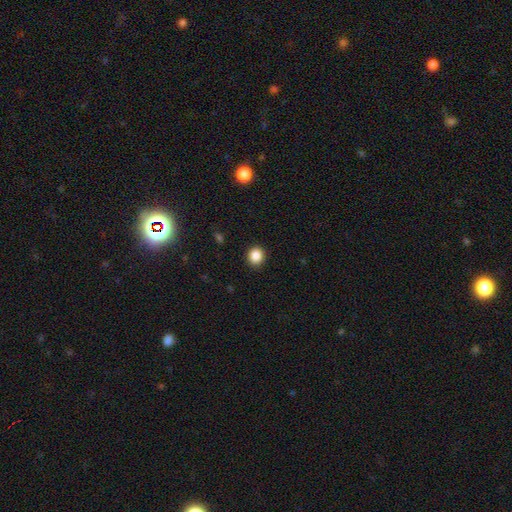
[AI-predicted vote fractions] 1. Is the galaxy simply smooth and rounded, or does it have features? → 87% smooth, 10% star or artifact, 3% featured or disk.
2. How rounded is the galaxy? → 82% round, 17% in between, 1% cigar-shaped.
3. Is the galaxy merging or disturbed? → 91% none, 6% minor disturbance, 2% major disturbance, 1% merger.